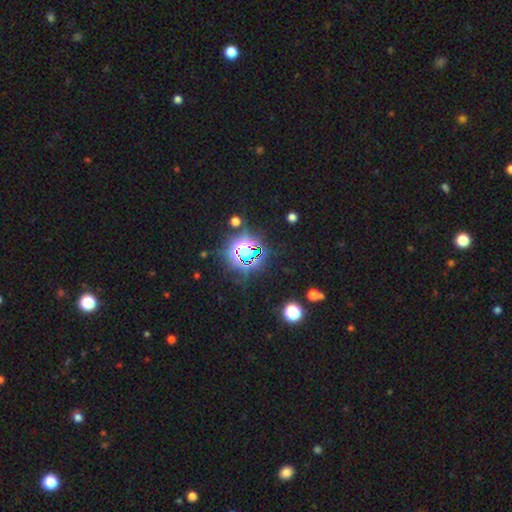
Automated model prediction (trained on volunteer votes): Morphology: type=star or artifact (75%).